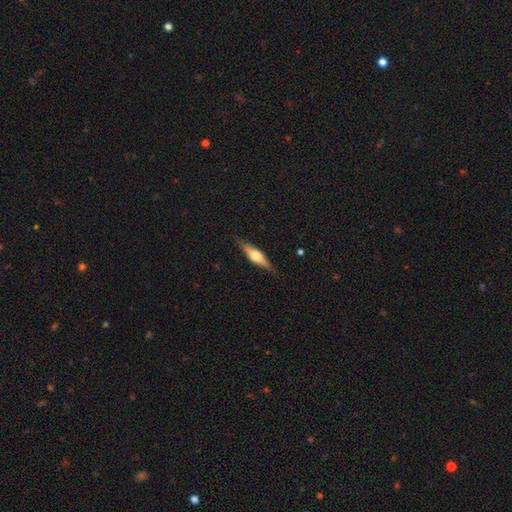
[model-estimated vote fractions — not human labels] featured or disk 66%, smooth 28%, star or artifact 6%. Down the decision tree: edge-on disk — yes (96%); edge-on bulge — rounded (91%); merging — none (87%).